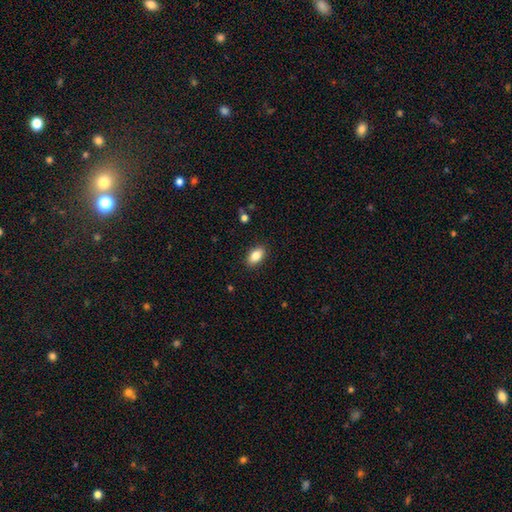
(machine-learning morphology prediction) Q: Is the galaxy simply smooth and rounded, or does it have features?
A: smooth — 84%.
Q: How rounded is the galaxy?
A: in between — 90%.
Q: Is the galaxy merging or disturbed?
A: none — 89%.